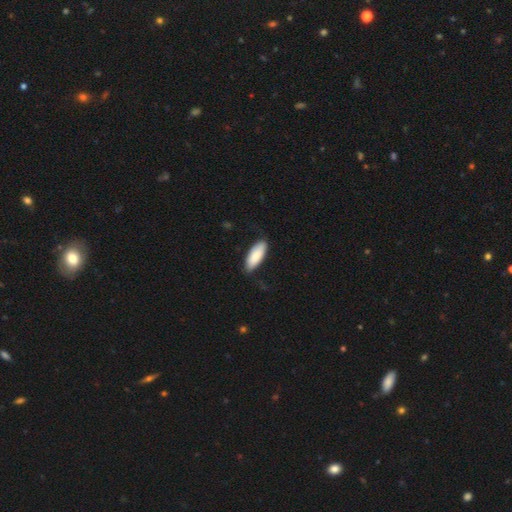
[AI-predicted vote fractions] Smooth or featured? smooth (87%)
How rounded? in between (75%)
Merging? none (78%)